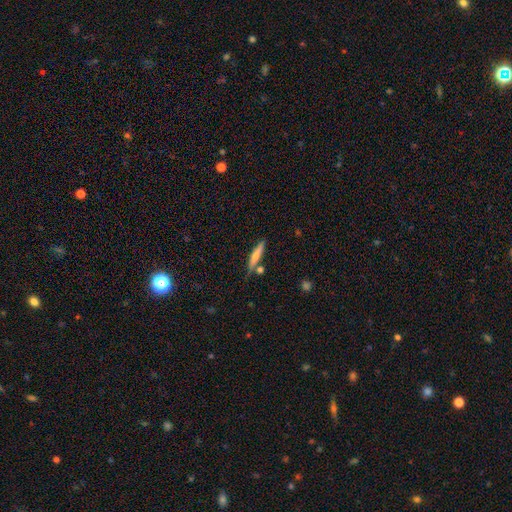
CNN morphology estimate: The model was most divided on "smooth or featured": smooth: 60%, featured or disk: 34%, star or artifact: 6%. More confident: how rounded — cigar-shaped (88%); merging — none (74%).